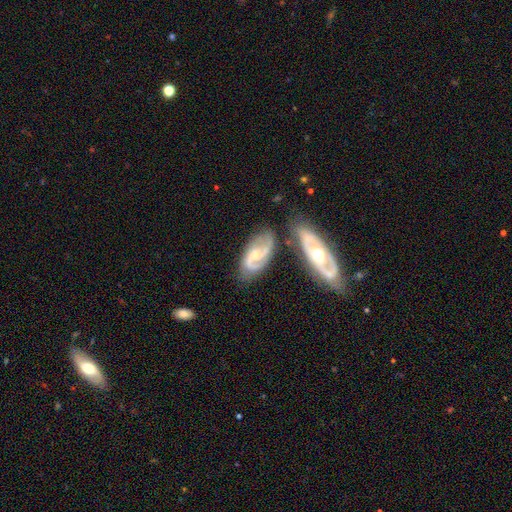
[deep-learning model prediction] Q: Smooth or featured?
A: featured or disk (84%); runner-up: smooth (11%)
Q: Edge-on disk?
A: no (95%); runner-up: yes (5%)
Q: Bar?
A: no (53%); runner-up: weak (38%)
Q: Spiral arms?
A: yes (95%); runner-up: no (5%)
Q: Spiral winding?
A: medium (52%); runner-up: tight (25%)
Q: Spiral arm count?
A: 2 (84%); runner-up: can't tell (7%)
Q: Bulge size?
A: small (56%); runner-up: moderate (37%)
Q: Merging?
A: none (55%); runner-up: minor disturbance (21%)